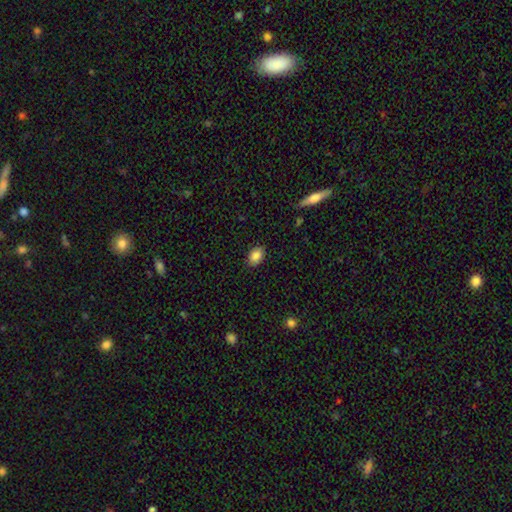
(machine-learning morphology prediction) A smooth galaxy with no disk features (86%) that is in between round and cigar-shaped (85%).

Vote fractions:
- Smooth or featured? smooth: 86% / star or artifact: 8% / featured or disk: 6%
- How rounded? in between: 85% / round: 14% / cigar-shaped: 1%
- Merging? none: 87% / minor disturbance: 10% / major disturbance: 2% / merger: 1%